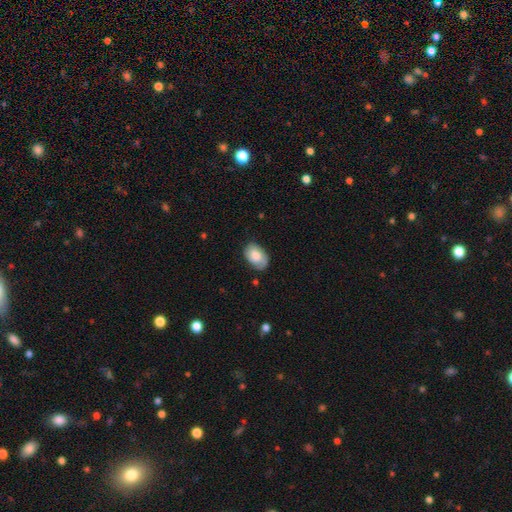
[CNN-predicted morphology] A smooth galaxy with no disk features (59%) that is in between round and cigar-shaped (86%).

Vote fractions:
- Smooth or featured? smooth: 59% / featured or disk: 34% / star or artifact: 7%
- How rounded? in between: 86% / round: 13% / cigar-shaped: 1%
- Merging? none: 68% / minor disturbance: 24% / major disturbance: 7% / merger: 2%